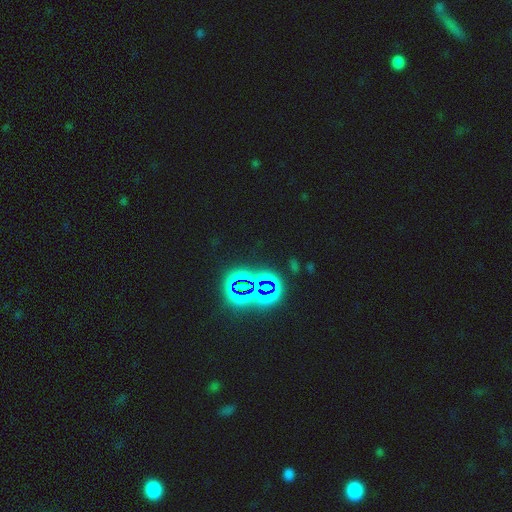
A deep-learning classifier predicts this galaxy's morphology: Overall: star or artifact (71%).